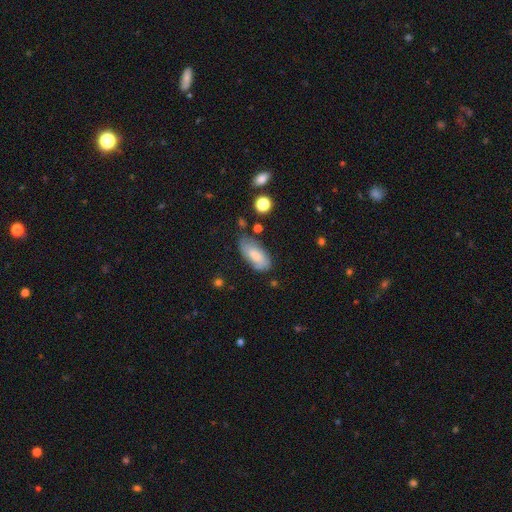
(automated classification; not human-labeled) Smooth or featured?
  - smooth: 69% *
  - featured or disk: 24%
  - star or artifact: 7%
How rounded?
  - in between: 89% *
  - cigar-shaped: 9%
  - round: 2%
Merging?
  - none: 62% *
  - minor disturbance: 27%
  - major disturbance: 7%
  - merger: 4%